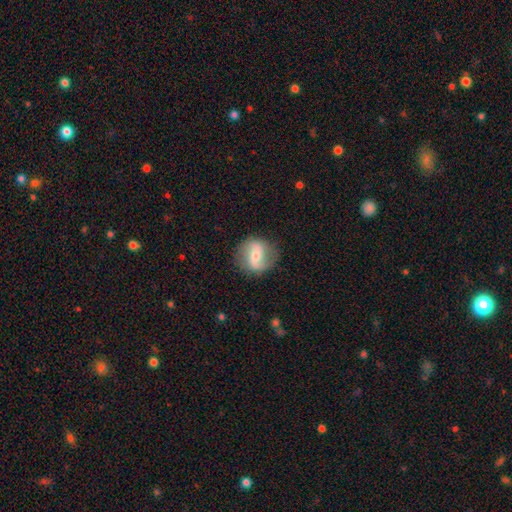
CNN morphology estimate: Q: Smooth or featured?
A: featured or disk (68%); runner-up: smooth (24%)
Q: Edge-on disk?
A: no (96%); runner-up: yes (4%)
Q: Bar?
A: weak (41%); runner-up: no (30%)
Q: Spiral arms?
A: yes (85%); runner-up: no (15%)
Q: Spiral winding?
A: loose (46%); runner-up: medium (37%)
Q: Spiral arm count?
A: 2 (88%); runner-up: can't tell (6%)
Q: Bulge size?
A: moderate (51%); runner-up: small (43%)
Q: Merging?
A: none (82%); runner-up: minor disturbance (12%)